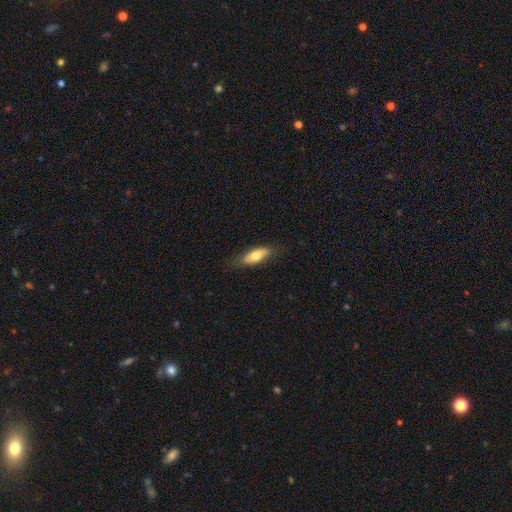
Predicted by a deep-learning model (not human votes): smooth 70%, featured or disk 24%, star or artifact 6%. Down the decision tree: how rounded — in between (67%); merging — none (77%).